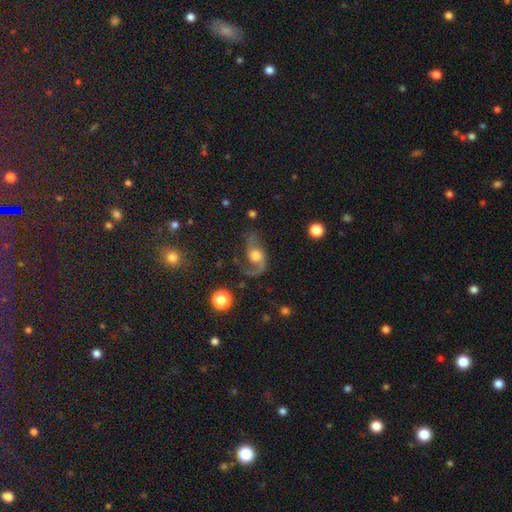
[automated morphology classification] Smooth or featured? featured or disk (81%)
Edge-on disk? no (97%)
Bar? no (68%)
Spiral arms? yes (96%)
Spiral winding? loose (63%)
Spiral arm count? 2 (85%)
Bulge size? moderate (51%)
Merging? none (61%)